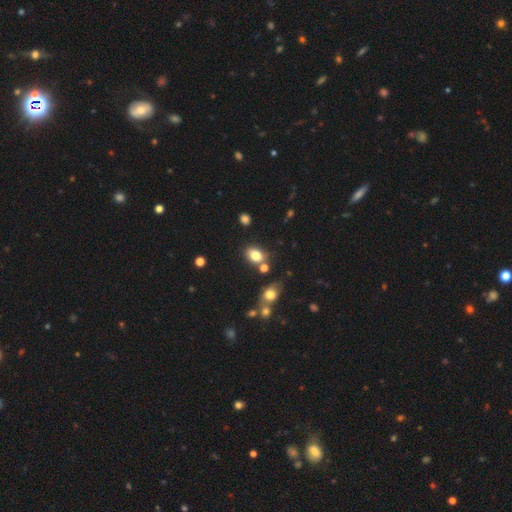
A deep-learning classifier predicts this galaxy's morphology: type=smooth (79%); roundness=in between (75%); merging=none (70%).